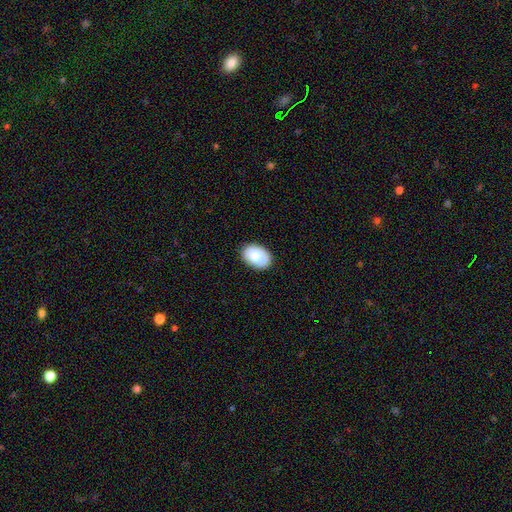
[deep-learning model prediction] Morphology: type=smooth (77%); roundness=in between (84%); merging=none (80%).